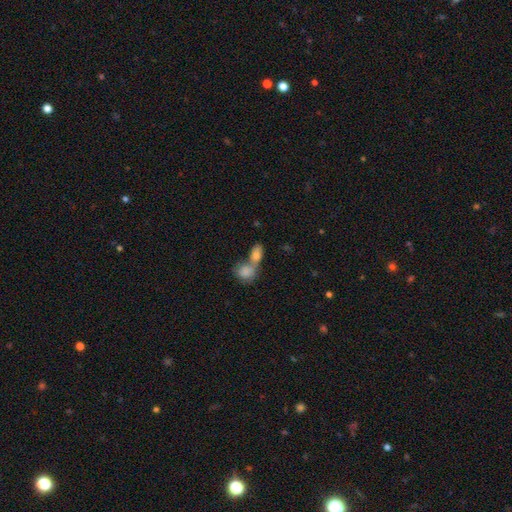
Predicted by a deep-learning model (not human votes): Smooth or featured? smooth (77%)
How rounded? in between (75%)
Merging? merger (62%)